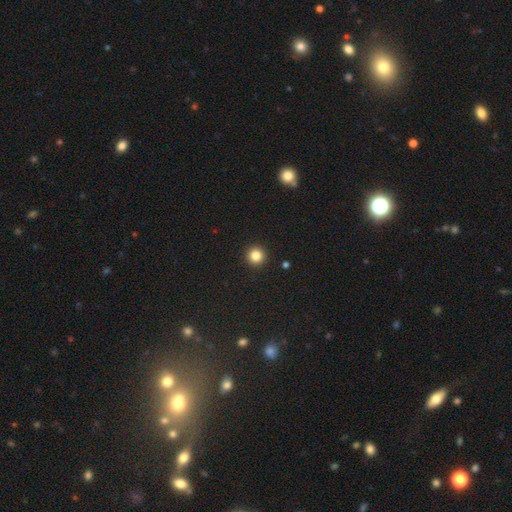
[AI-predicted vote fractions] smooth_or_featured: smooth (p=0.84) [alt: star or artifact p=0.11]
how_rounded: round (p=0.96) [alt: in between p=0.03]
merging: none (p=0.94) [alt: minor disturbance p=0.04]